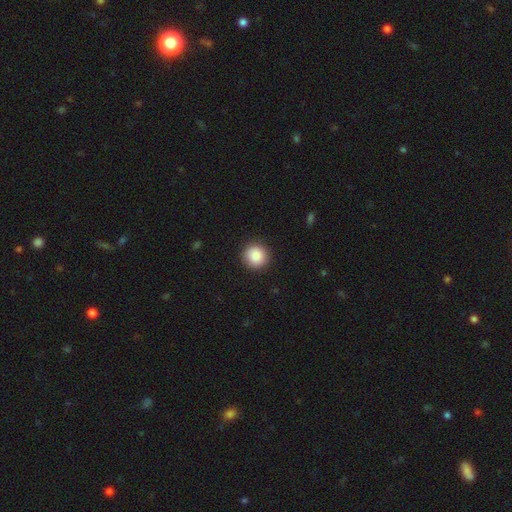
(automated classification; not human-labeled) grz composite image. It shows a smooth galaxy with no disk features (89%) that is round (95%). Merging: none (92%).